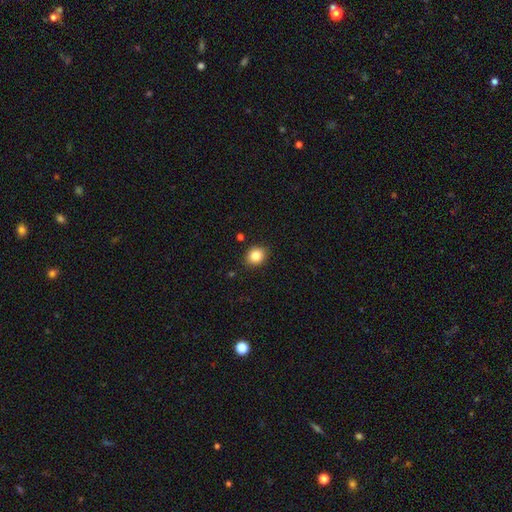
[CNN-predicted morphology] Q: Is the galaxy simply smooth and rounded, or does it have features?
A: smooth — 84%.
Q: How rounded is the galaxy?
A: round — 66%.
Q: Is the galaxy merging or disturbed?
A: none — 88%.